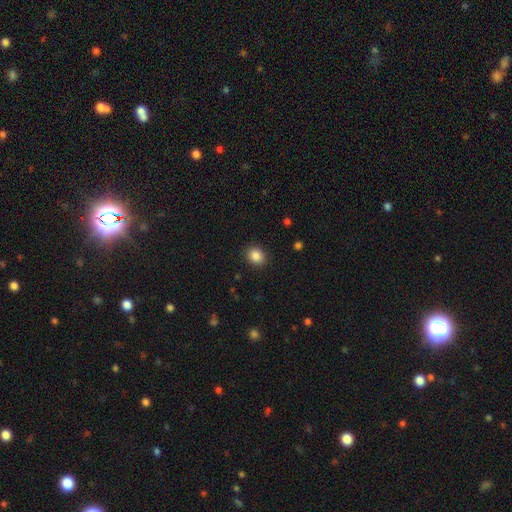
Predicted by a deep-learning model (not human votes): smooth-or-featured: smooth: 86% | star or artifact: 10% | featured or disk: 4%
  how-rounded: round: 69% | in between: 30% | cigar-shaped: 1%
  merging: none: 90% | minor disturbance: 6% | major disturbance: 2% | merger: 1%